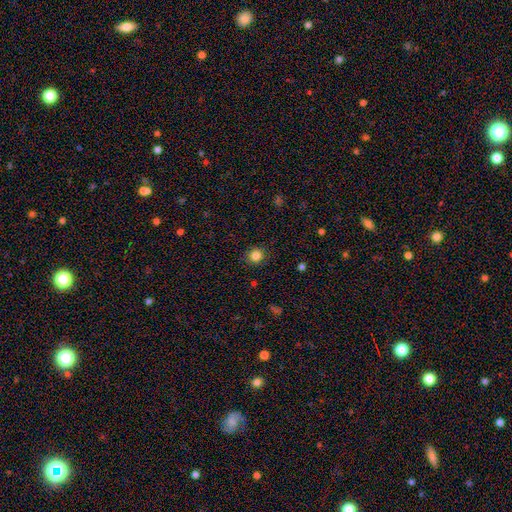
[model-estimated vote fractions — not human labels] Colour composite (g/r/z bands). It shows a smooth galaxy with no disk features (84%) that is round (88%). Merging: none (89%).